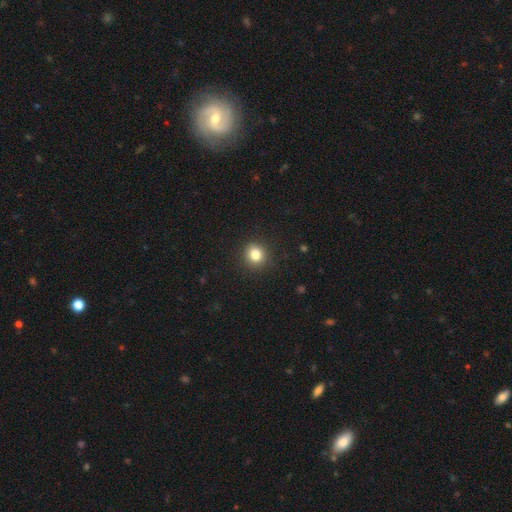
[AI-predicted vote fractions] Morphology: type=smooth (83%); roundness=round (84%); merging=none (90%).